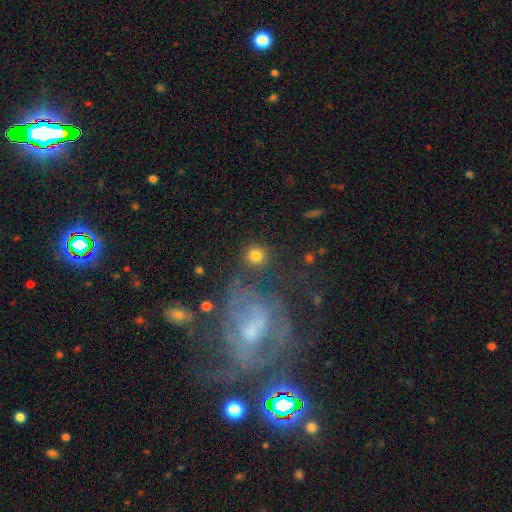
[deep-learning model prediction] Q: Smooth or featured?
A: smooth (82%); runner-up: star or artifact (10%)
Q: How rounded?
A: round (94%); runner-up: in between (5%)
Q: Merging?
A: none (83%); runner-up: minor disturbance (8%)